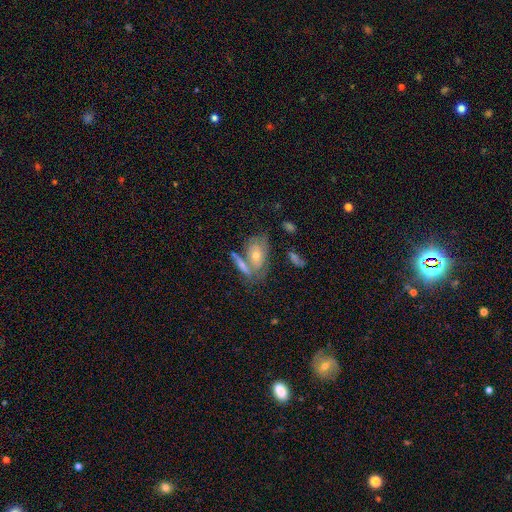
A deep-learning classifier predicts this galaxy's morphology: type=featured or disk (56%); edge-on=no (85%); merging=none (47%).